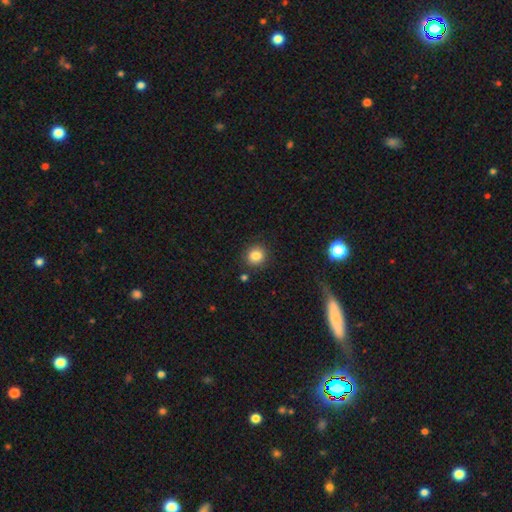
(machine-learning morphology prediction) Smooth or featured? Predicted: smooth (p=0.83). How rounded? Predicted: round (p=0.86). Merging? Predicted: none (p=0.87).